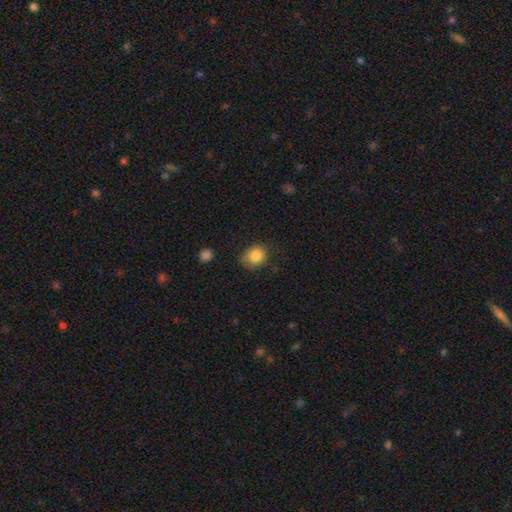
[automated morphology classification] Smooth or featured?
  - smooth: 84% *
  - star or artifact: 9%
  - featured or disk: 6%
How rounded?
  - round: 61% *
  - in between: 38%
  - cigar-shaped: 1%
Merging?
  - none: 70% *
  - minor disturbance: 23%
  - major disturbance: 5%
  - merger: 2%